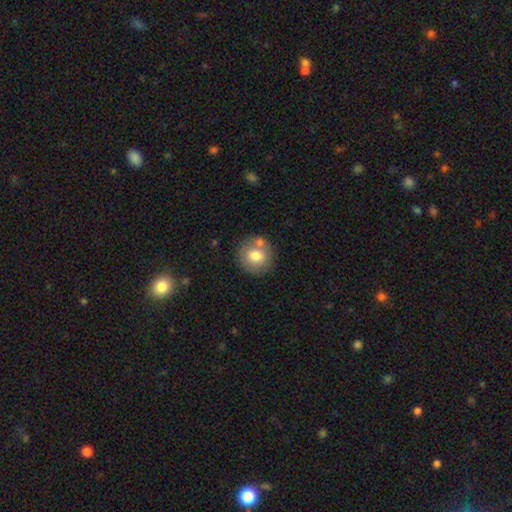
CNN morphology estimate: smooth 74%, featured or disk 18%, star or artifact 9%. Down the decision tree: how rounded — round (89%); merging — none (67%).